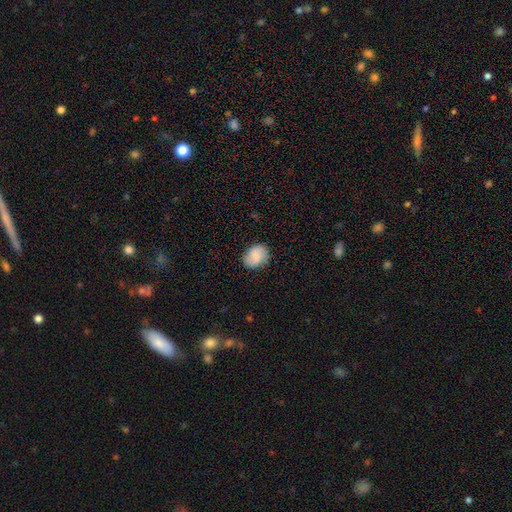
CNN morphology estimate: Smooth or featured: smooth — 81% (featured or disk — 12%)
How rounded: in between — 54% (round — 45%)
Merging: none — 82% (minor disturbance — 14%)